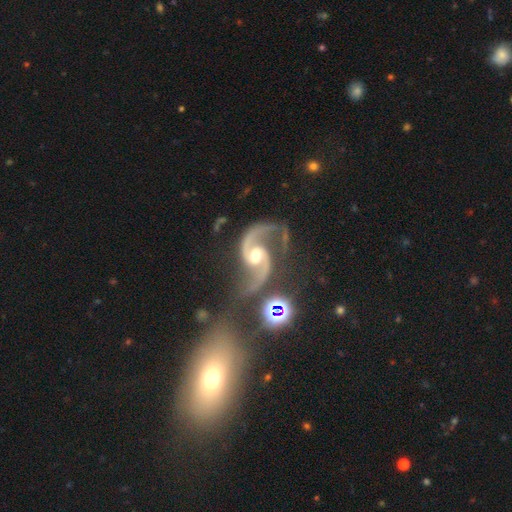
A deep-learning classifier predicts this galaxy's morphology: smooth-or-featured: featured or disk: 92% | star or artifact: 6% | smooth: 2%
  disk-edge-on: no: 98% | yes: 2%
    bar: no: 50% | weak: 35% | strong: 15%
    has-spiral-arms: yes: 98% | no: 2%
      spiral-winding: loose: 47% | medium: 45% | tight: 8%
      spiral-arm-count: 2: 94% | 1: 1% | can't tell: 1% | 3: 1% | 4: 1% | more than 4: 1%
    bulge-size: moderate: 71% | small: 21% | large: 6% | none: 1% | dominant: 1%
  merging: none: 58% | minor disturbance: 19% | major disturbance: 16% | merger: 7%